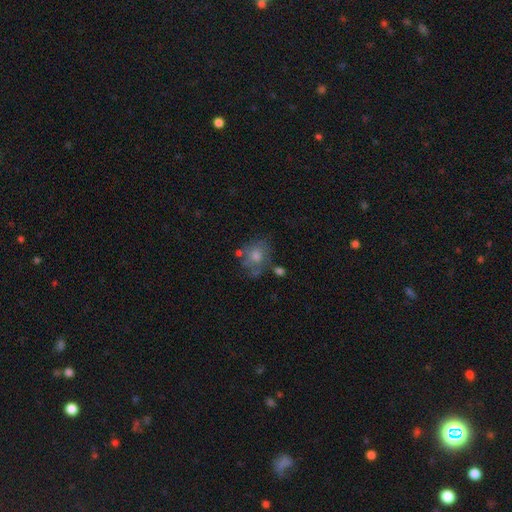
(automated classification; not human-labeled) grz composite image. It shows a smooth galaxy with no disk features (49%). Merging: none (57%).